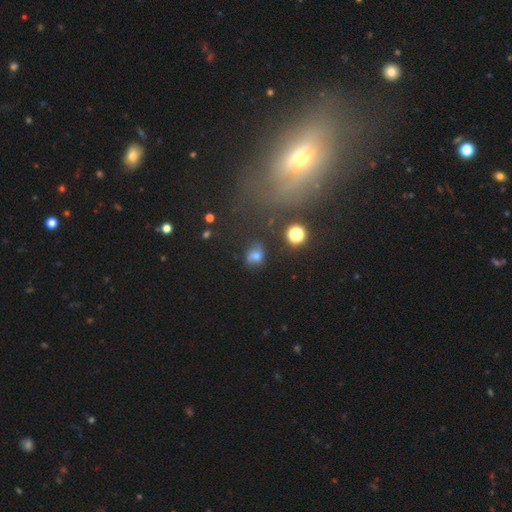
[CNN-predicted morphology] smooth_or_featured: smooth (p=0.58) [alt: star or artifact p=0.22]
how_rounded: round (p=0.53) [alt: in between p=0.46]
merging: none (p=0.63) [alt: minor disturbance p=0.22]